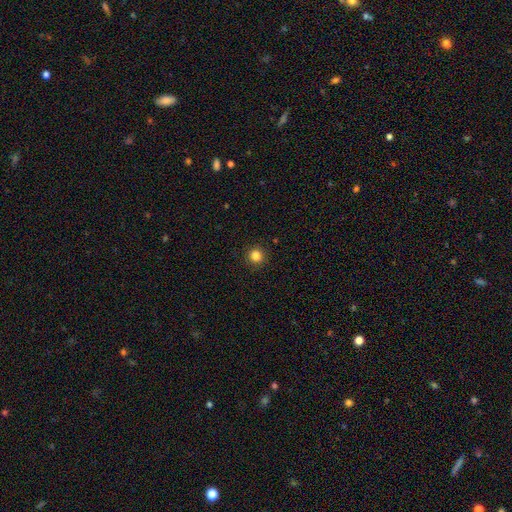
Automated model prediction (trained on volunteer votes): A smooth galaxy with no disk features (83%) that is round (94%). Merging: none (92%).